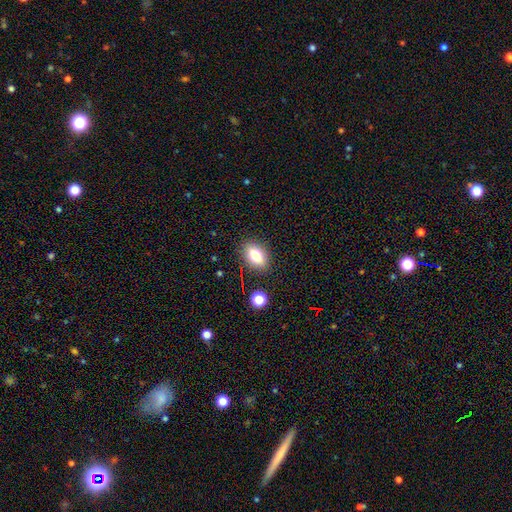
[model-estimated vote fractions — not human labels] The model was most divided on "smooth or featured": smooth: 76%, featured or disk: 14%, star or artifact: 10%. More confident: merging — none (85%); how rounded — in between (82%).